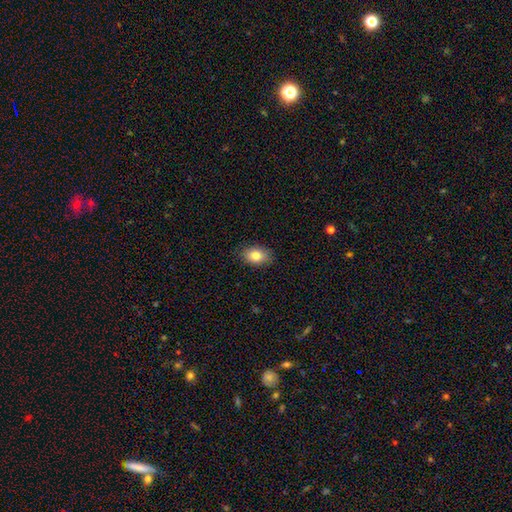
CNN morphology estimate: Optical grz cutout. It shows a smooth galaxy with no disk features (82%) that is in between round and cigar-shaped (84%). Merging: none (86%).